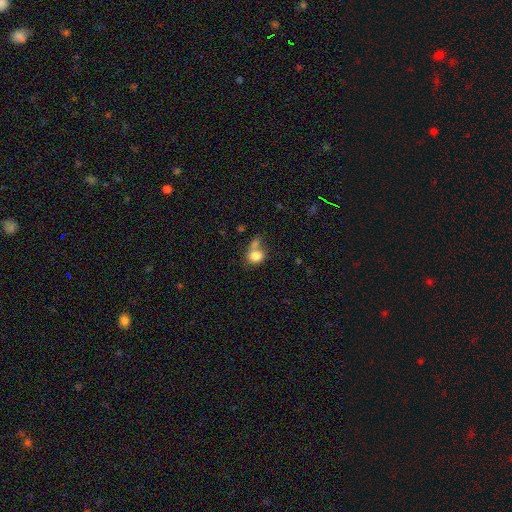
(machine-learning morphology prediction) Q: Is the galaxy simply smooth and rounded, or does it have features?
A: smooth — 81%.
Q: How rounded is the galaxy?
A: round — 56%.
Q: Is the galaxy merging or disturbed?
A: merger — 41%.